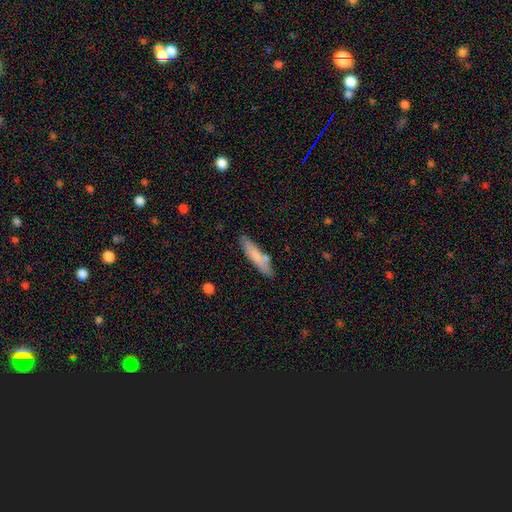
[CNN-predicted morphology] A smooth galaxy with no disk features (74%) that is cigar-shaped (78%).

Vote fractions:
- Smooth or featured? smooth: 74% / featured or disk: 20% / star or artifact: 6%
- How rounded? cigar-shaped: 78% / in between: 21% / round: 2%
- Merging? none: 76% / minor disturbance: 14% / merger: 7% / major disturbance: 3%